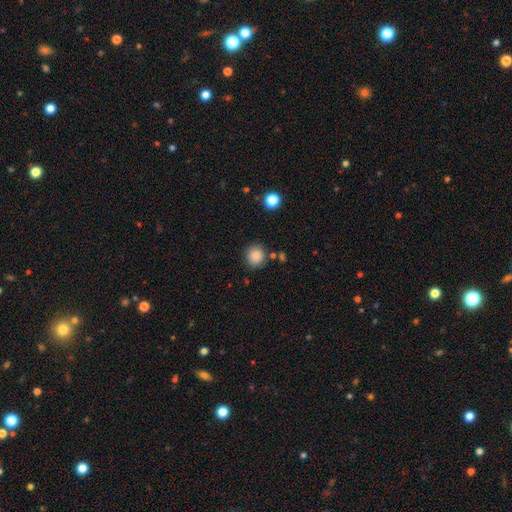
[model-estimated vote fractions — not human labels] smooth-or-featured: smooth: 87% | star or artifact: 10% | featured or disk: 4%
  how-rounded: round: 85% | in between: 14% | cigar-shaped: 1%
  merging: none: 83% | minor disturbance: 11% | merger: 4% | major disturbance: 3%